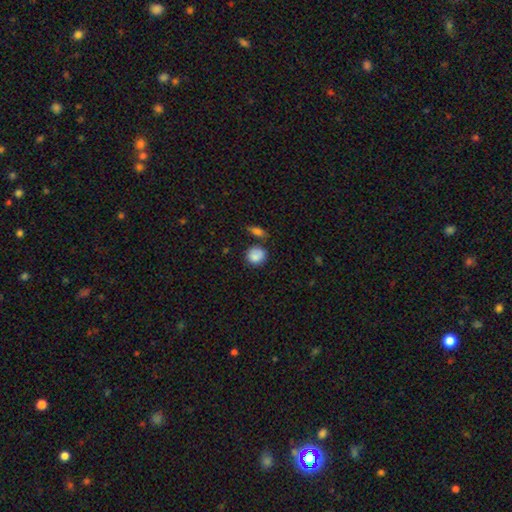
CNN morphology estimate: Smooth or featured? smooth (86%)
How rounded? round (76%)
Merging? none (65%)